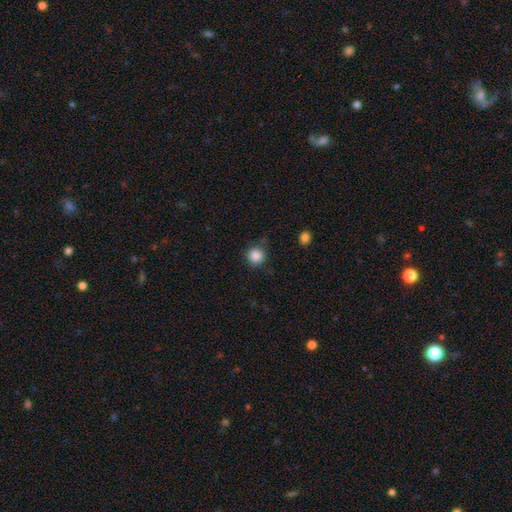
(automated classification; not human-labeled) Smooth or featured: smooth — 86% (star or artifact — 10%)
How rounded: round — 94% (in between — 5%)
Merging: none — 81% (minor disturbance — 13%)